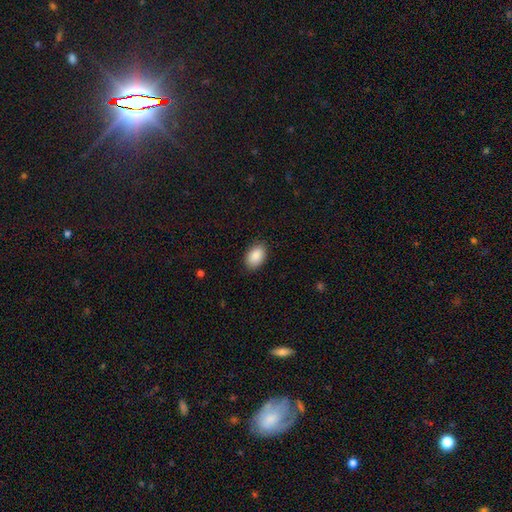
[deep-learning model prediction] This appears to be a smooth galaxy with no disk features (89%) that is in between round and cigar-shaped (90%). Merging: none (87%).